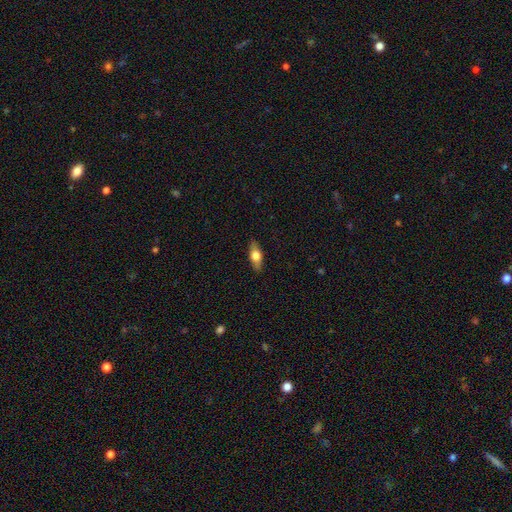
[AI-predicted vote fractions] Morphology: type=smooth (57%); roundness=in between (68%); merging=none (88%).